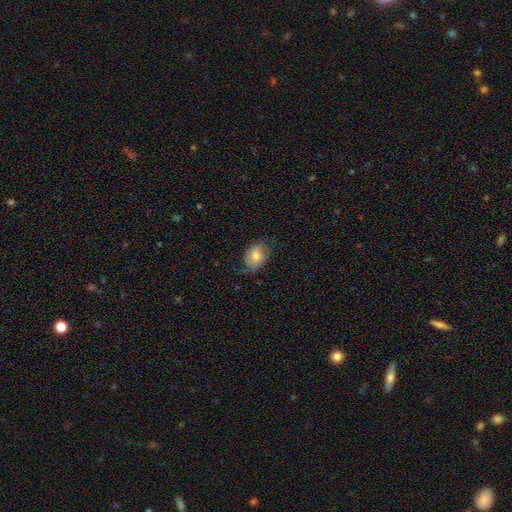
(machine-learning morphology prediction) Smooth or featured?
  - smooth: 70% *
  - featured or disk: 23%
  - star or artifact: 8%
How rounded?
  - in between: 72% *
  - round: 26%
  - cigar-shaped: 1%
Merging?
  - none: 56% *
  - minor disturbance: 29%
  - major disturbance: 14%
  - merger: 1%